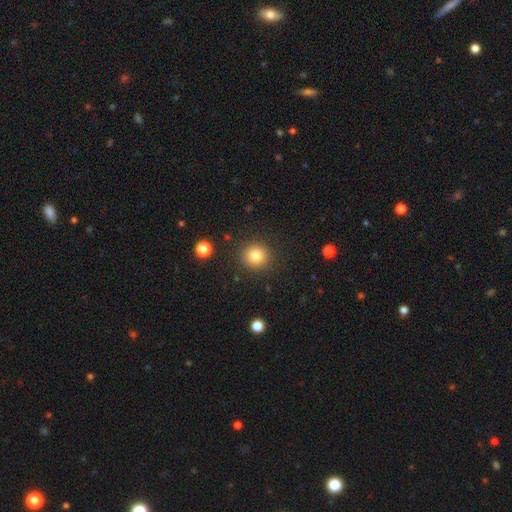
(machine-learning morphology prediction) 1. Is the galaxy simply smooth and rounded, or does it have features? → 82% smooth, 11% star or artifact, 7% featured or disk.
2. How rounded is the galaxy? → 92% round, 7% in between, 1% cigar-shaped.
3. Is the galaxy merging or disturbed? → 89% none, 7% minor disturbance, 3% major disturbance, 2% merger.